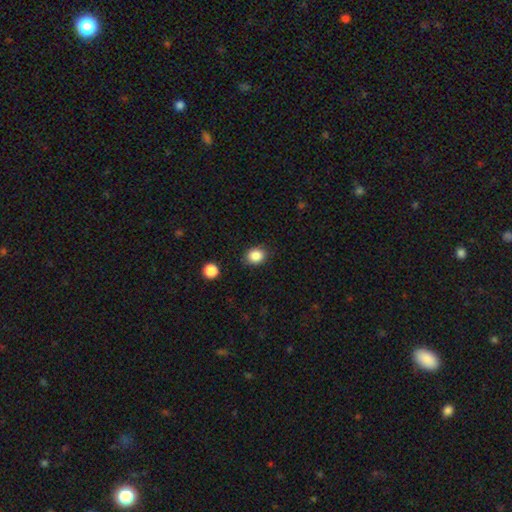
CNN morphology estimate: type=smooth (86%); roundness=round (59%); merging=none (86%).